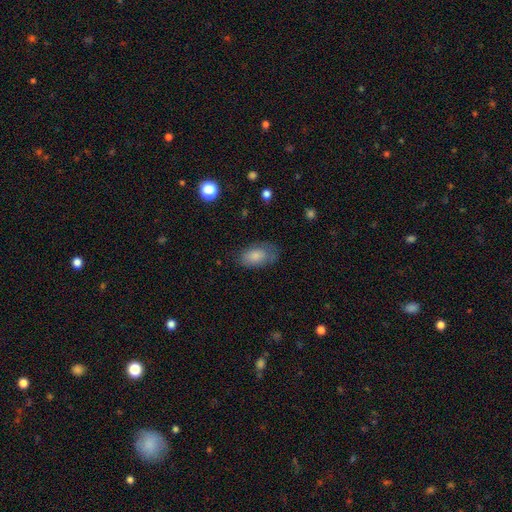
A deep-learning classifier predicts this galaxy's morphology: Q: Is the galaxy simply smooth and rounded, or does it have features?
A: smooth — 80%.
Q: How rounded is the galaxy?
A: in between — 93%.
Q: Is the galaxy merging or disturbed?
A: none — 62%.